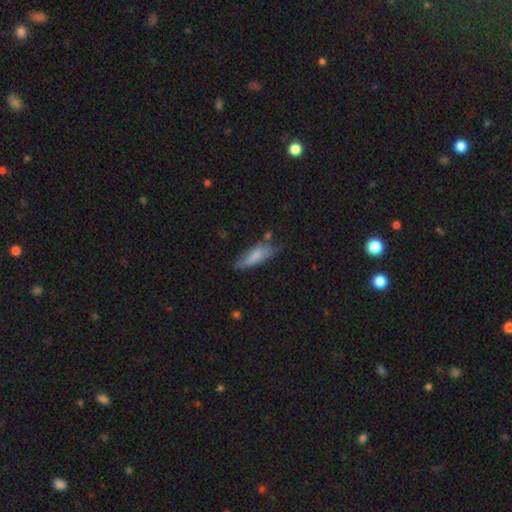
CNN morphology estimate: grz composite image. It shows a smooth galaxy with no disk features (73%) that is in between round and cigar-shaped (51%). Merging: none (57%).